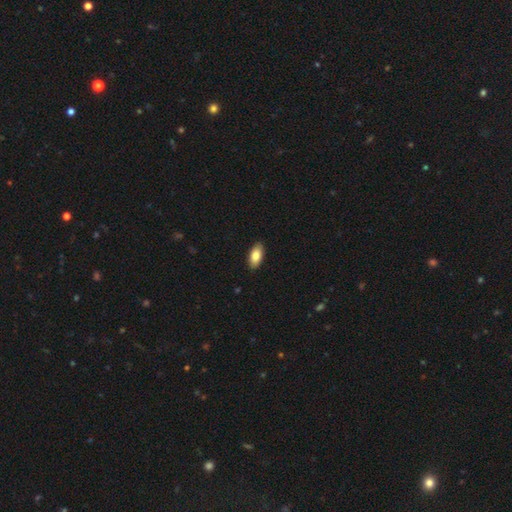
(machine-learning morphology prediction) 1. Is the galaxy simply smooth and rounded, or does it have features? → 84% smooth, 10% featured or disk, 6% star or artifact.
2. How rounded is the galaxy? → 92% in between, 5% cigar-shaped, 3% round.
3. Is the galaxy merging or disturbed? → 90% none, 8% minor disturbance, 2% major disturbance, 1% merger.